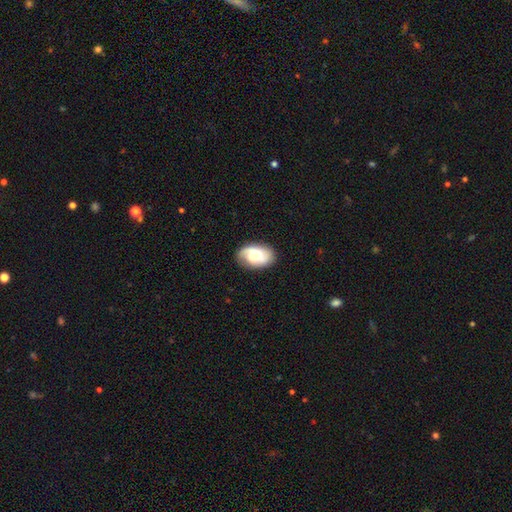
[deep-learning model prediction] Morphology: type=featured or disk (54%); edge-on=no (96%); bar=no (65%); spiral arms=yes (89%); bulge=moderate (50%); merging=none (78%).